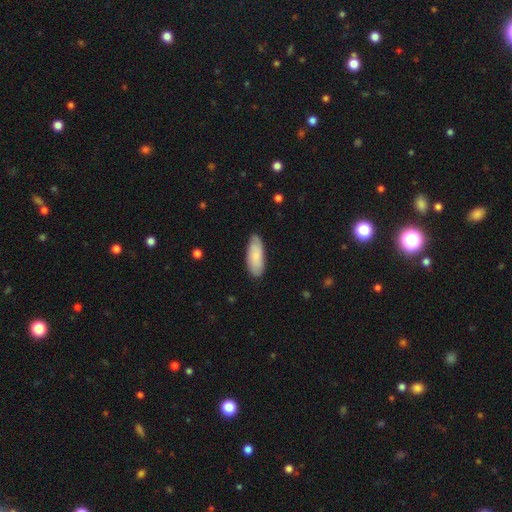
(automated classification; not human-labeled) Smooth or featured?
  - smooth: 76% *
  - featured or disk: 19%
  - star or artifact: 6%
How rounded?
  - in between: 78% *
  - cigar-shaped: 20%
  - round: 2%
Merging?
  - none: 82% *
  - minor disturbance: 14%
  - major disturbance: 2%
  - merger: 1%